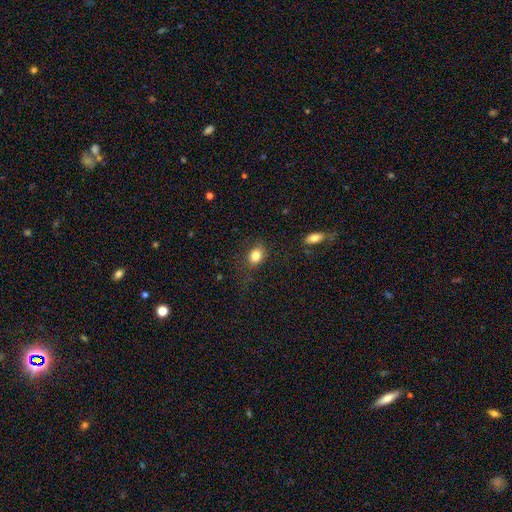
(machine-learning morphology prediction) Overall: smooth (83%). How rounded: in between (58%; round 41%). Merging: none (76%).